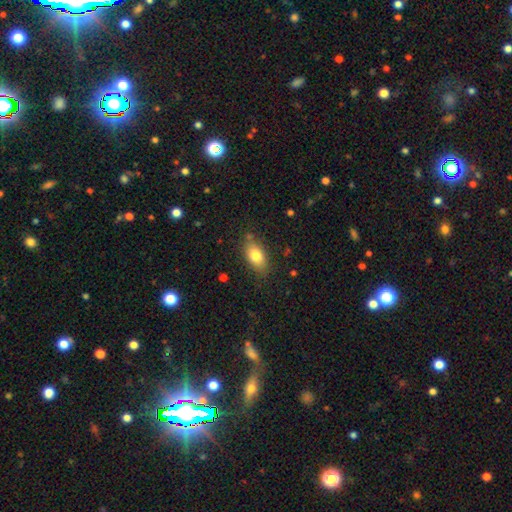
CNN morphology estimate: smooth_or_featured: smooth (p=0.80) [alt: featured or disk p=0.12]
how_rounded: in between (p=0.87) [alt: round p=0.09]
merging: none (p=0.79) [alt: minor disturbance p=0.15]